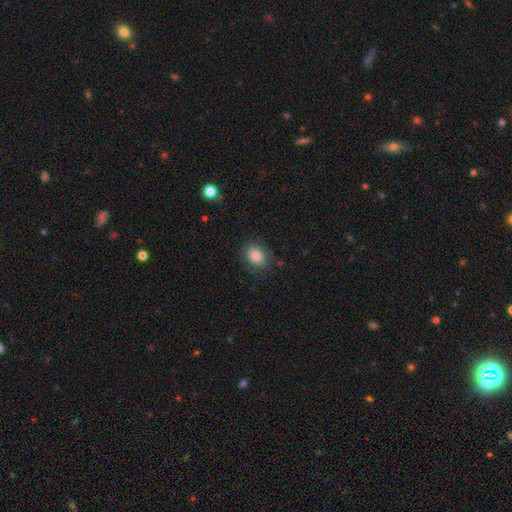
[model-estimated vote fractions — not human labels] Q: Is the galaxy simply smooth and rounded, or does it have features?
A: smooth — 83%.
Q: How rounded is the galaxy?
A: in between — 56%.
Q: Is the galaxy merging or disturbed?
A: none — 81%.